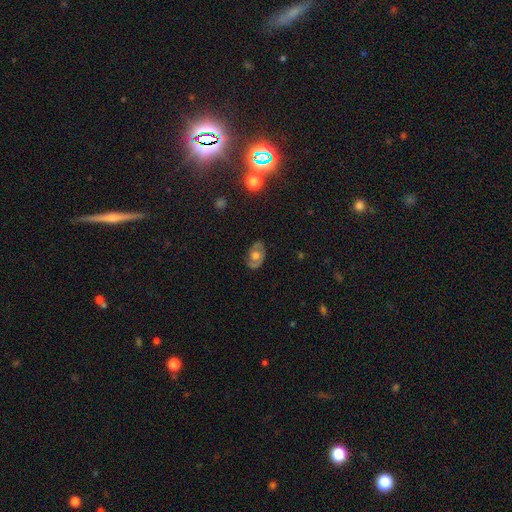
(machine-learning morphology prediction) Overall: featured or disk (57%; smooth 35%). Edge-on disk: no (93%). Bar: no (78%). Spiral arms: yes (51%; no 49%). Bulge size: moderate (58%; large 30%). Merging: none (77%).